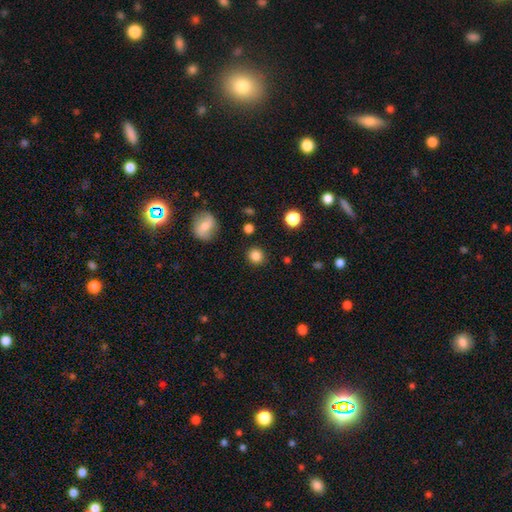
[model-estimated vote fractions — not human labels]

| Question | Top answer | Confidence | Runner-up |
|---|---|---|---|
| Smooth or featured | smooth | 84% | star or artifact (11%) |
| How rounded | round | 90% | in between (9%) |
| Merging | none | 89% | minor disturbance (7%) |